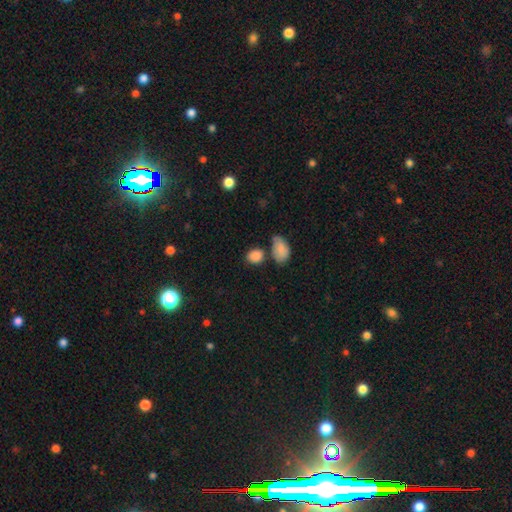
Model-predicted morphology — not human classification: This appears to be a smooth galaxy with no disk features (86%) that is in between round and cigar-shaped (49%, tied with round). Merging: none (62%).